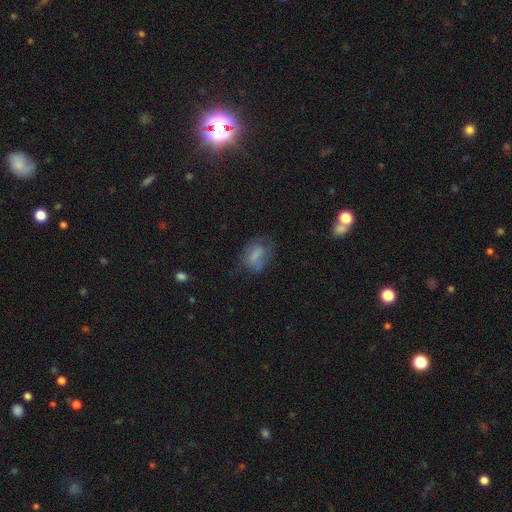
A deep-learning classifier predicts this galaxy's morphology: This appears to be a smooth galaxy with no disk features (62%) that is in between round and cigar-shaped (77%). Merging: none (46%).